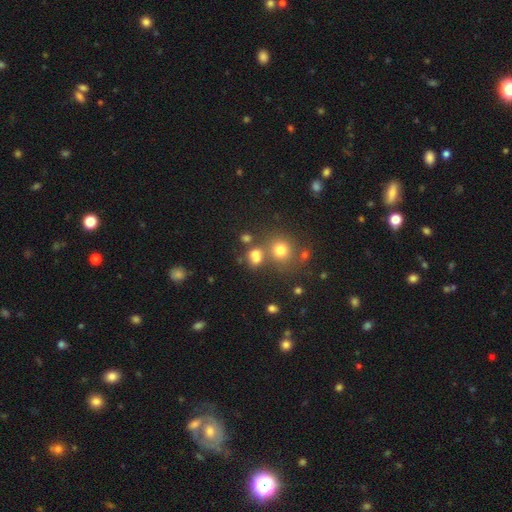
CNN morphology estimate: This appears to be a smooth galaxy with no disk features (69%) that is round (65%). Merging: none (48%).